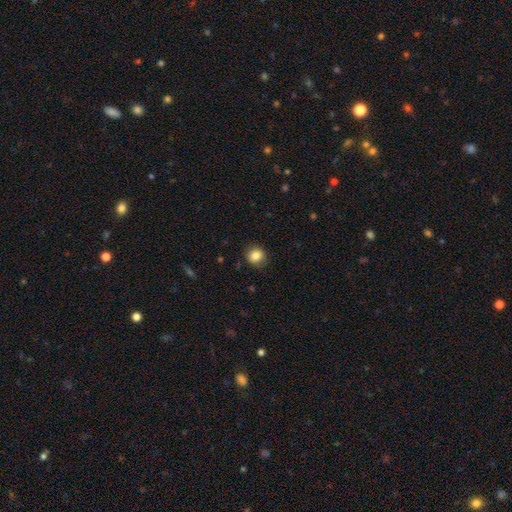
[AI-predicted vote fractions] Smooth or featured? smooth (85%)
How rounded? round (87%)
Merging? none (86%)